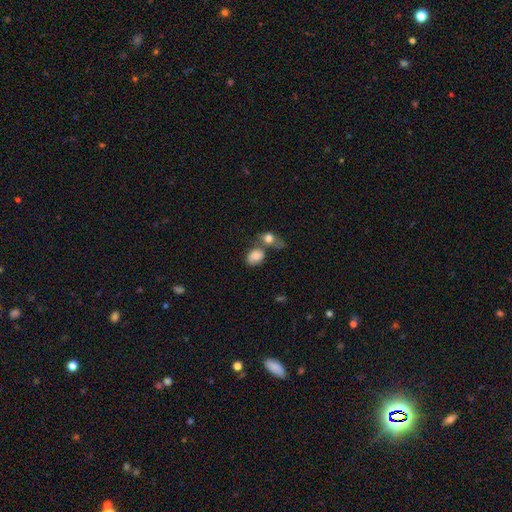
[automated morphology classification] Smooth or featured? smooth (76%)
How rounded? in between (63%)
Merging? merger (44%)